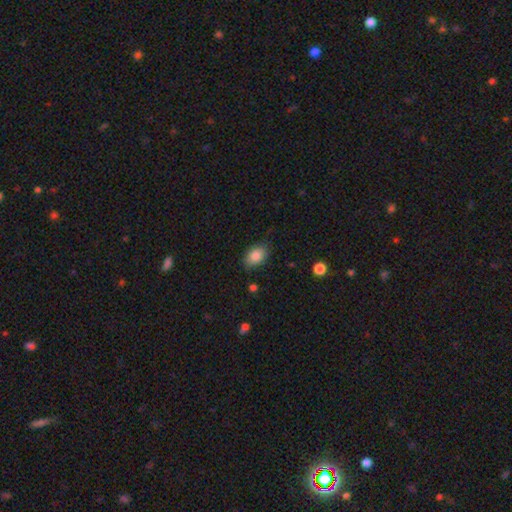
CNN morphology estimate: This is clearly a smooth galaxy (85%). How rounded: clearly in between (85%). Merging: clearly none (80%).